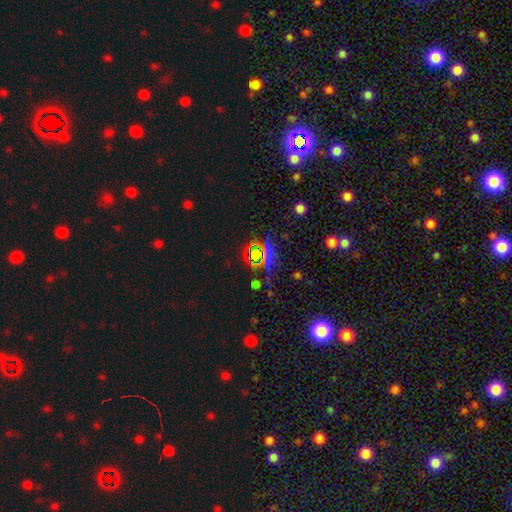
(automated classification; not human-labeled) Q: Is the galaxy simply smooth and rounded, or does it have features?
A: star or artifact — 73%.